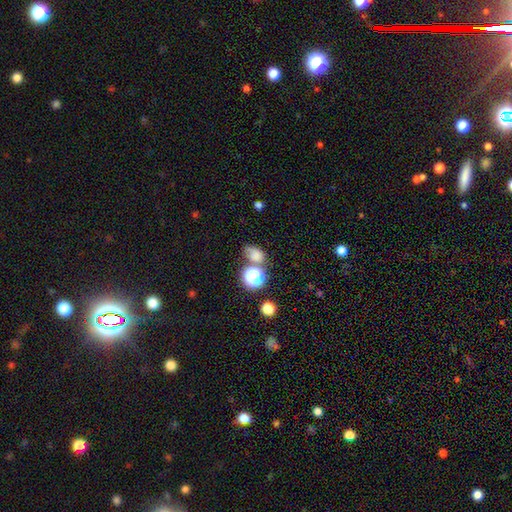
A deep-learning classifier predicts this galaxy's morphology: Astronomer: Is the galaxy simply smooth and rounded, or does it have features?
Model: smooth — 71%.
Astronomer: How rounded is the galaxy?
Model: in between — 52% (runner-up: round, 46%).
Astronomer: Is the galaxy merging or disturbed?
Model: none — 53%.